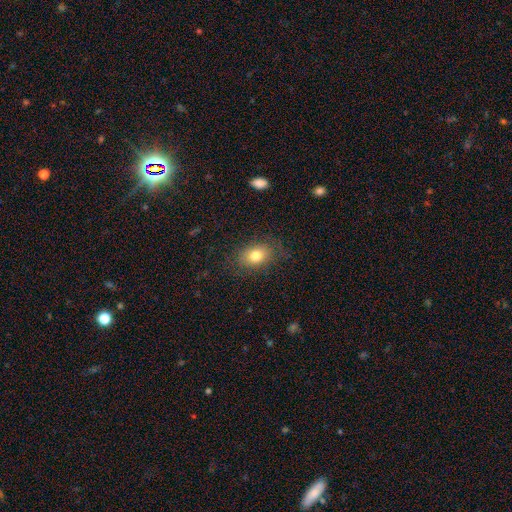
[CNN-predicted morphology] The model was most divided on "how rounded": in between: 77%, round: 21%, cigar-shaped: 2%. More confident: merging — none (79%); smooth or featured — smooth (78%).